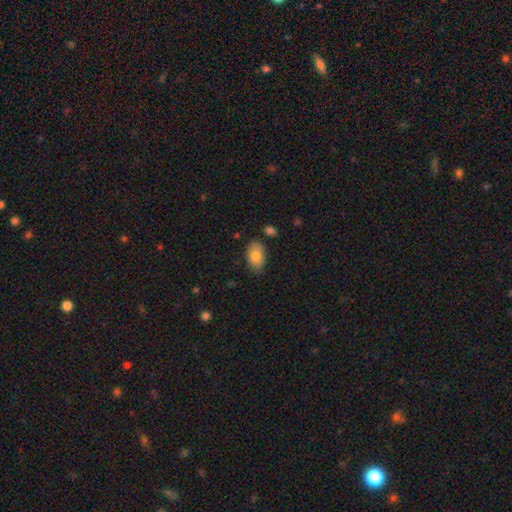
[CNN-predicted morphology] This is clearly a smooth galaxy (83%). How rounded: clearly in between (89%). Merging: likely none (77%).